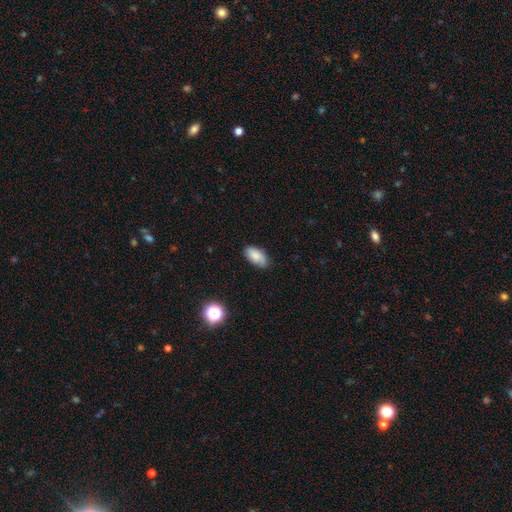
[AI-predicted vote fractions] Smooth or featured: smooth — 76% (featured or disk — 15%)
How rounded: in between — 93% (round — 4%)
Merging: none — 74% (minor disturbance — 21%)